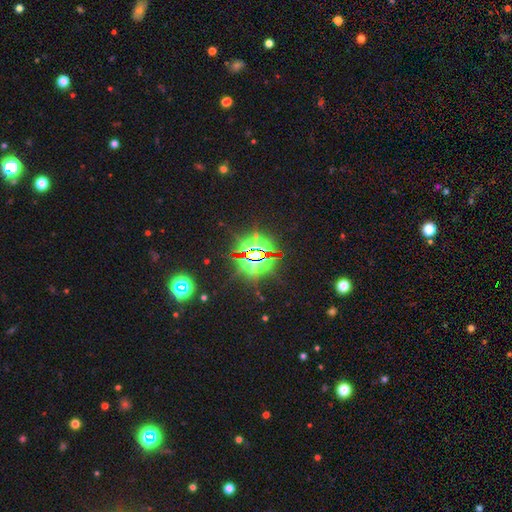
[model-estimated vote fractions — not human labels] Morphology: type=star or artifact (84%).